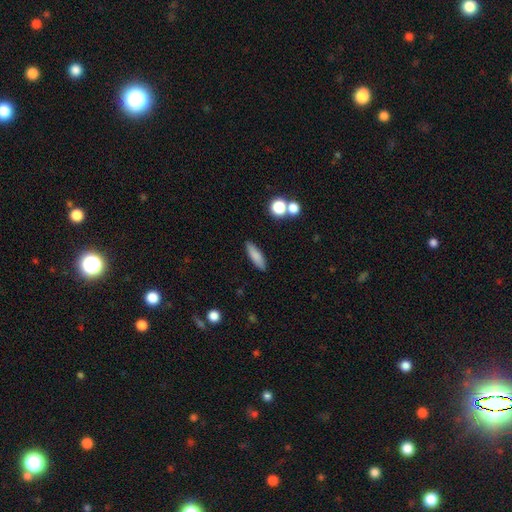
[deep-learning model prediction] This appears to be a smooth galaxy with no disk features (80%) that is cigar-shaped (59%). Merging: none (87%).